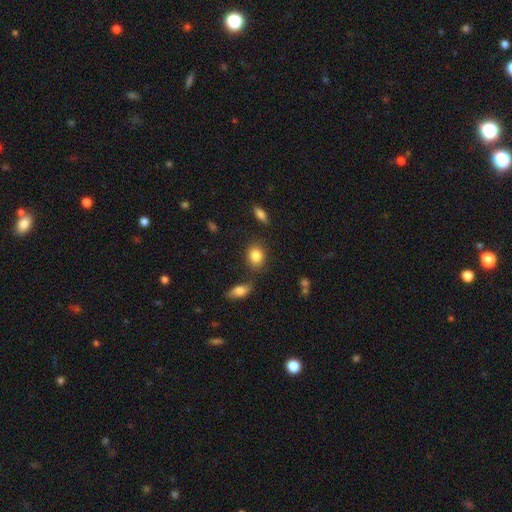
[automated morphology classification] smooth 85%, star or artifact 8%, featured or disk 7%. Down the decision tree: how rounded — in between (49%, tied with round); merging — none (77%).